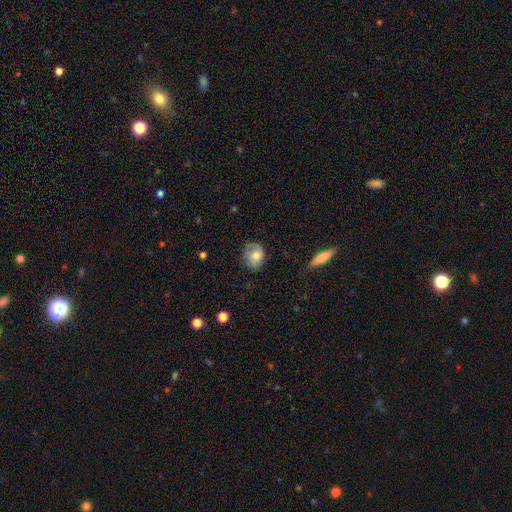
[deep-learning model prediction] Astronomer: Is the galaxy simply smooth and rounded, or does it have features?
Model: smooth — 71%.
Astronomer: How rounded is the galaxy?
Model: in between — 50% (runner-up: round, 48%).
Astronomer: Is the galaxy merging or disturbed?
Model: none — 62%.